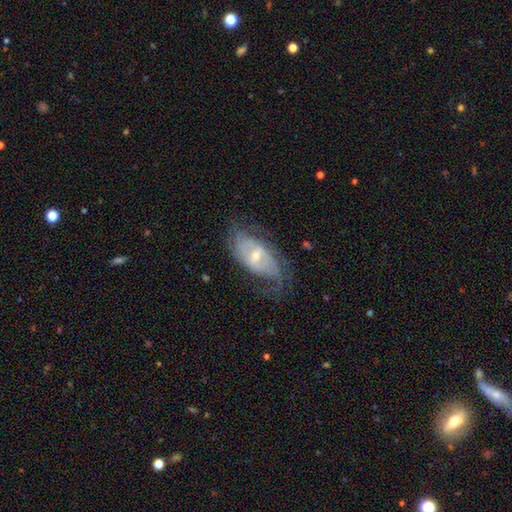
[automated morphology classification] smooth-or-featured: featured or disk: 81% | smooth: 13% | star or artifact: 7%
  disk-edge-on: no: 94% | yes: 6%
    bar: weak: 50% | no: 30% | strong: 20%
    has-spiral-arms: yes: 92% | no: 8%
      spiral-winding: medium: 40% | tight: 37% | loose: 23%
      spiral-arm-count: 2: 46% | can't tell: 29% | 3: 11% | 1: 6% | 4: 5% | more than 4: 3%
    bulge-size: small: 53% | moderate: 43% | large: 2% | none: 1% | dominant: 1%
  merging: none: 62% | minor disturbance: 21% | major disturbance: 15% | merger: 2%